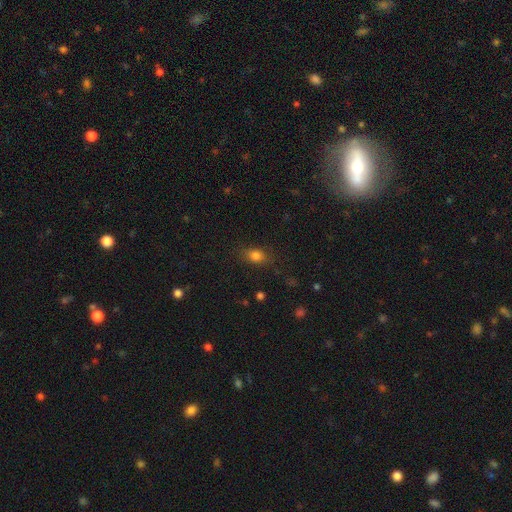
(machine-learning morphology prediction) smooth_or_featured: smooth (p=0.79) [alt: star or artifact p=0.13]
how_rounded: in between (p=0.67) [alt: round p=0.29]
merging: none (p=0.78) [alt: minor disturbance p=0.16]